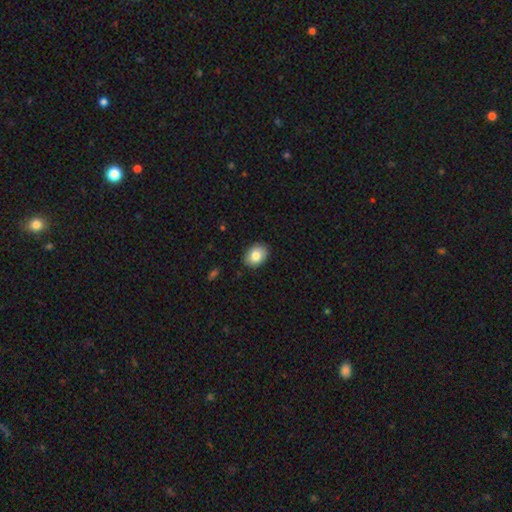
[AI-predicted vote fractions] smooth_or_featured: smooth (p=0.81) [alt: featured or disk p=0.11]
how_rounded: in between (p=0.67) [alt: round p=0.32]
merging: none (p=0.88) [alt: minor disturbance p=0.09]